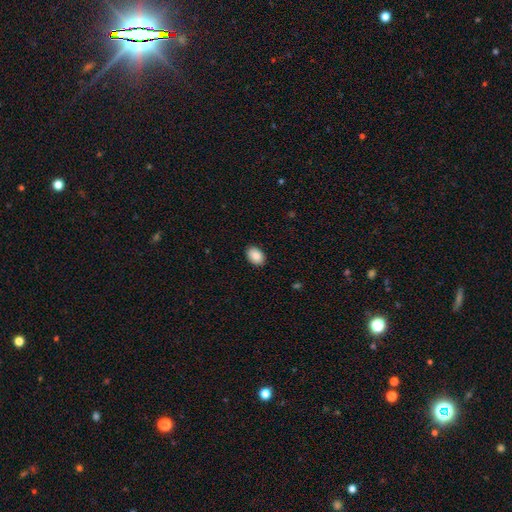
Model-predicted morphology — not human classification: smooth 89%, star or artifact 7%, featured or disk 3%. Down the decision tree: how rounded — in between (80%); merging — none (89%).